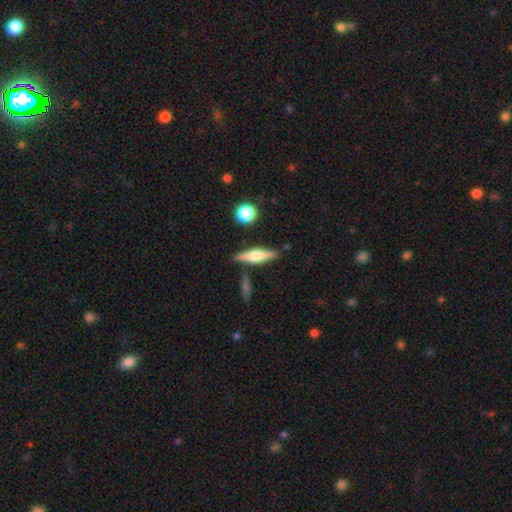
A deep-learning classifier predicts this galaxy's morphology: smooth_or_featured: featured or disk (p=0.52) [alt: smooth p=0.41]
disk_edge_on: yes (p=0.94) [alt: no p=0.06]
merging: none (p=0.82) [alt: minor disturbance p=0.11]